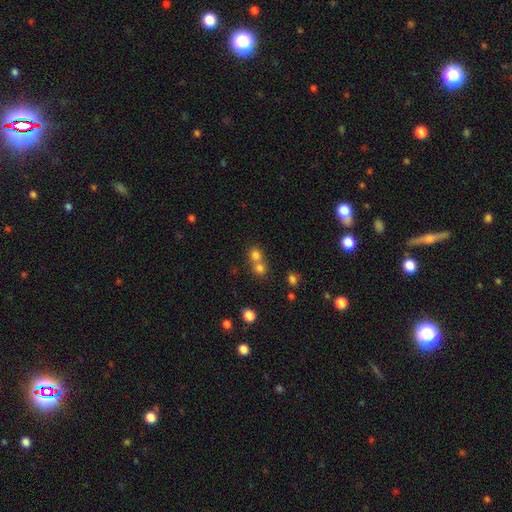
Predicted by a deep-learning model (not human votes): smooth-or-featured: smooth: 76% | star or artifact: 15% | featured or disk: 10%
  how-rounded: round: 83% | in between: 16% | cigar-shaped: 1%
  merging: merger: 55% | none: 39% | minor disturbance: 5% | major disturbance: 2%